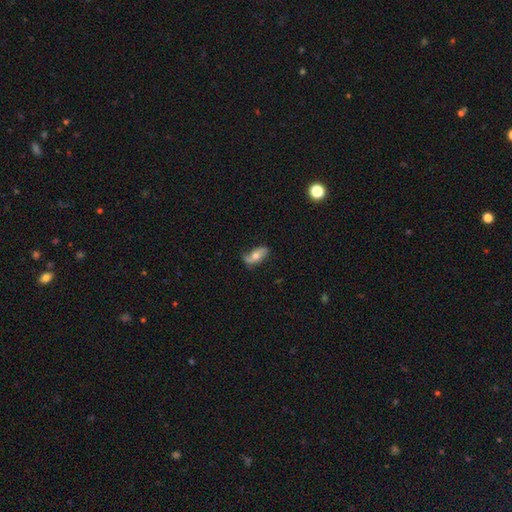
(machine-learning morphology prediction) Smooth or featured: featured or disk — 48% (smooth — 45%)
Merging: none — 53% (minor disturbance — 31%)